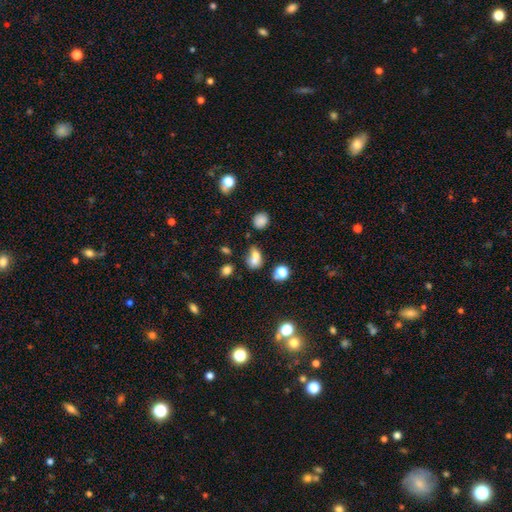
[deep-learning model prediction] Smooth or featured? smooth (69%)
How rounded? in between (58%)
Merging? merger (46%)